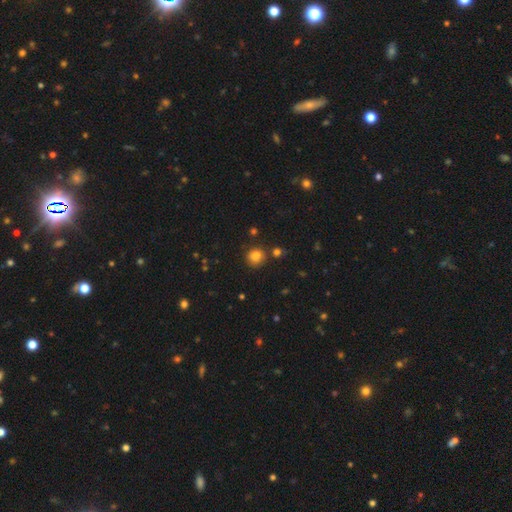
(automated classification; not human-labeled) Morphology: type=smooth (82%); roundness=round (87%); merging=none (79%).